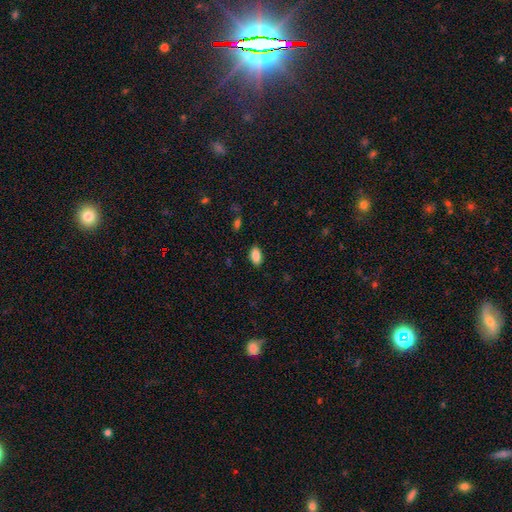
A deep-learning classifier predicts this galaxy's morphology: Smooth or featured? Predicted: smooth (p=0.88). How rounded? Predicted: in between (p=0.92). Merging? Predicted: none (p=0.87).